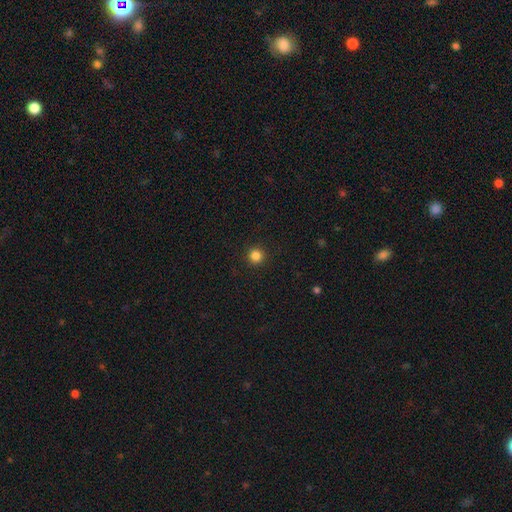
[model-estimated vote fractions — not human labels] Smooth or featured: smooth — 84% (star or artifact — 12%)
How rounded: round — 95% (in between — 4%)
Merging: none — 93% (minor disturbance — 4%)